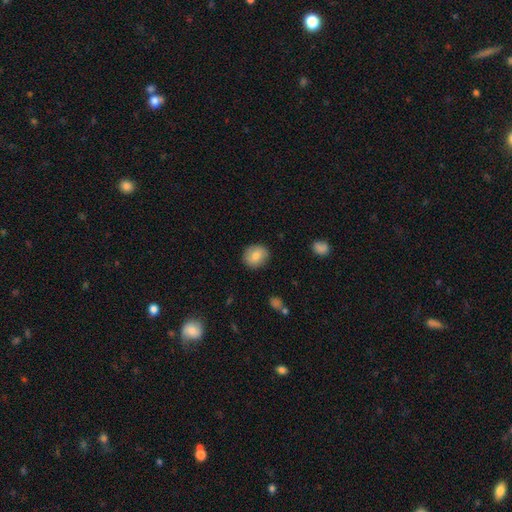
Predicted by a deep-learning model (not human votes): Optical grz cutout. It shows a smooth galaxy with no disk features (82%) that is round (74%). Merging: none (88%).